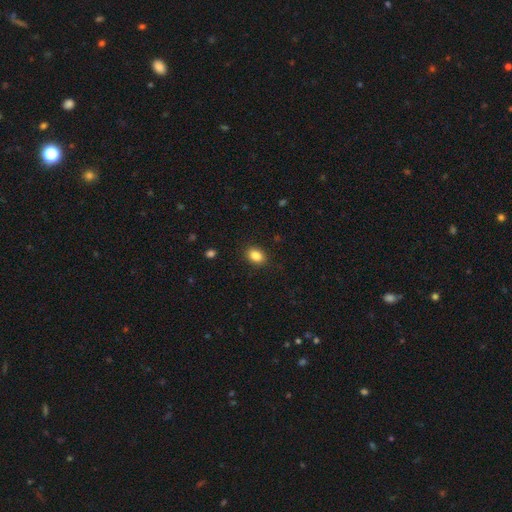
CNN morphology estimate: Smooth or featured? smooth (85%)
How rounded? in between (74%)
Merging? none (89%)